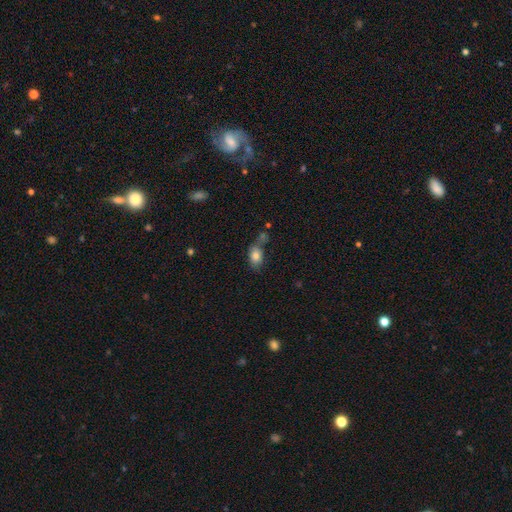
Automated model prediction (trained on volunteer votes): smooth-or-featured: smooth: 81% | featured or disk: 10% | star or artifact: 9%
  how-rounded: in between: 79% | round: 19% | cigar-shaped: 2%
  merging: none: 43% | merger: 26% | minor disturbance: 21% | major disturbance: 11%